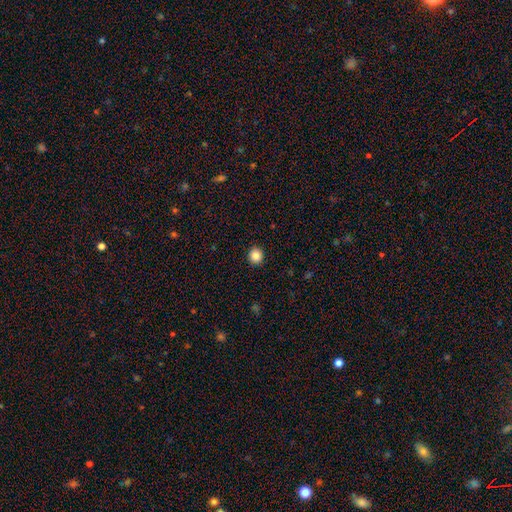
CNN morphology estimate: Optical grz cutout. It shows a smooth galaxy with no disk features (86%) that is round (87%). Merging: none (92%).